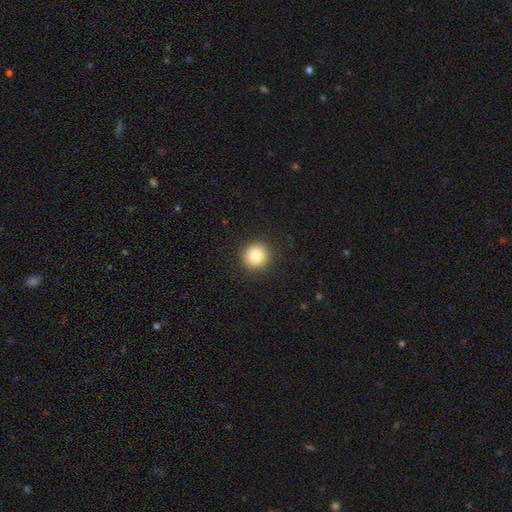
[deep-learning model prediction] Q: Smooth or featured?
A: smooth (82%); runner-up: star or artifact (10%)
Q: How rounded?
A: round (94%); runner-up: in between (5%)
Q: Merging?
A: none (92%); runner-up: minor disturbance (5%)